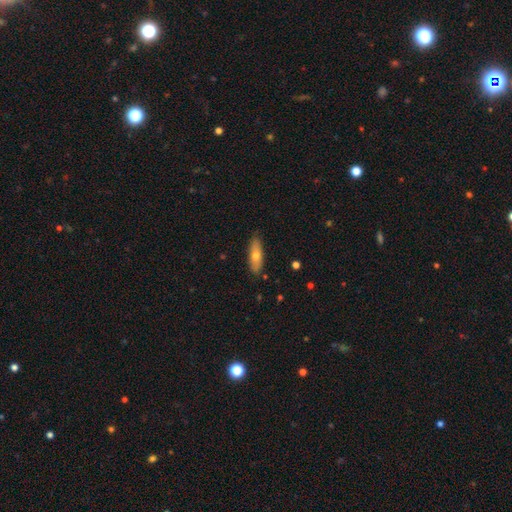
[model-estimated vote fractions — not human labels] Smooth or featured? smooth (64%)
How rounded? in between (51%)
Merging? none (86%)